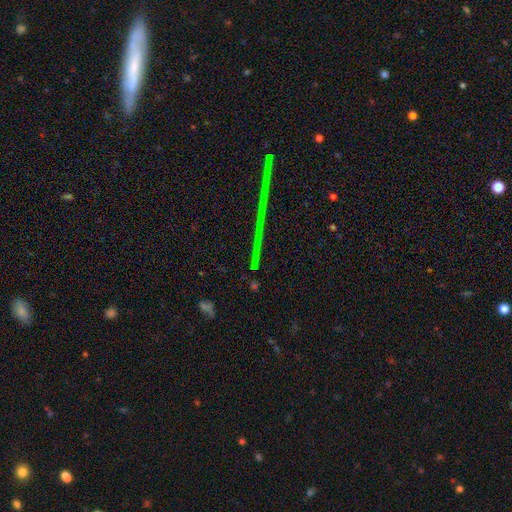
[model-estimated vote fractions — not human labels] Smooth or featured? Predicted: star or artifact (p=0.77).